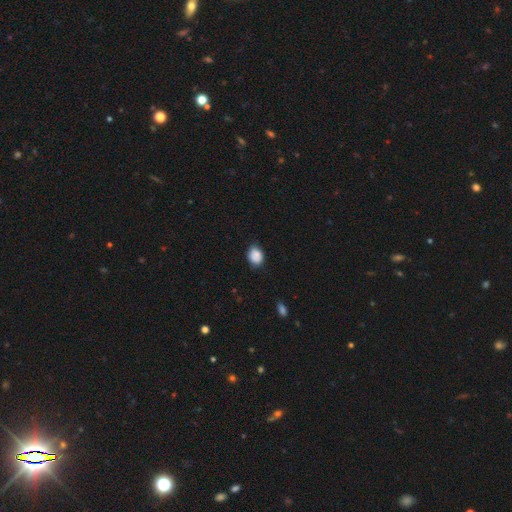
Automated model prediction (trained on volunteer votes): Smooth or featured: smooth — 84% (star or artifact — 8%)
How rounded: in between — 56% (round — 43%)
Merging: none — 65% (minor disturbance — 29%)